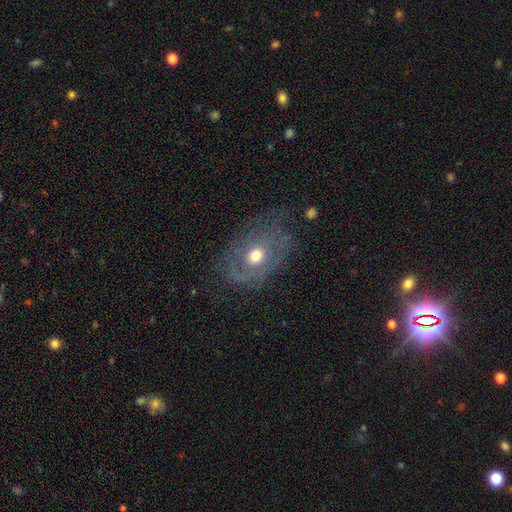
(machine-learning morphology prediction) Smooth or featured? Predicted: featured or disk (p=0.51). Edge-on disk? Predicted: no (p=0.92). Merging? Predicted: none (p=0.61).